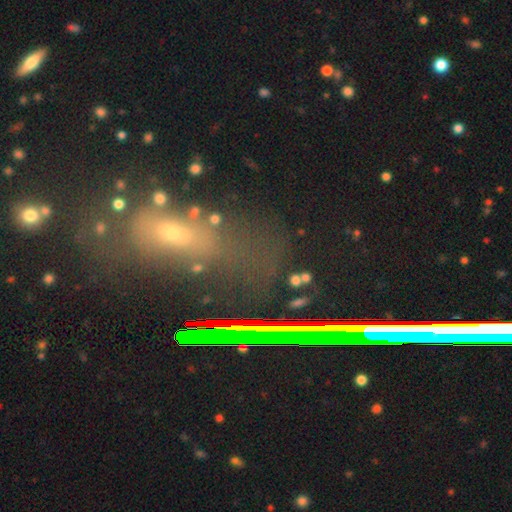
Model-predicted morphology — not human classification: Smooth or featured? Predicted: star or artifact (p=0.41).